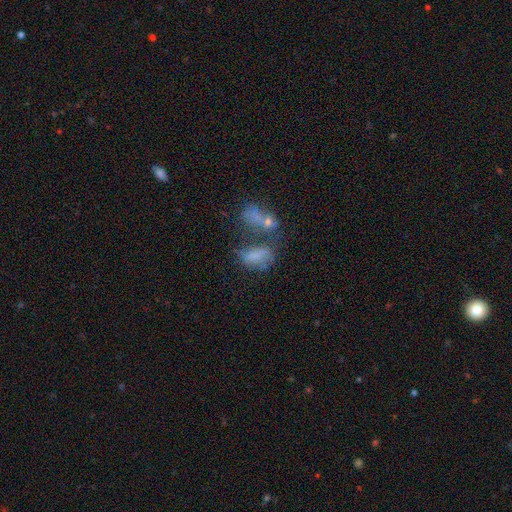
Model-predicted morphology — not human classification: smooth-or-featured: smooth: 60% | featured or disk: 25% | star or artifact: 15%
  how-rounded: in between: 85% | cigar-shaped: 8% | round: 7%
  merging: merger: 45% | none: 22% | major disturbance: 19% | minor disturbance: 14%